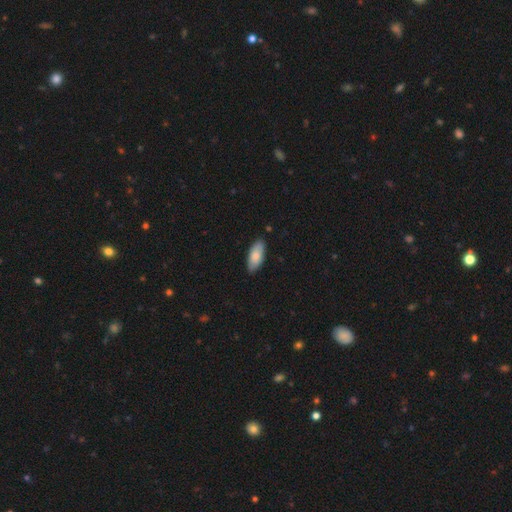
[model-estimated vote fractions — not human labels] smooth 82%, featured or disk 12%, star or artifact 5%. Down the decision tree: how rounded — in between (86%); merging — none (85%).